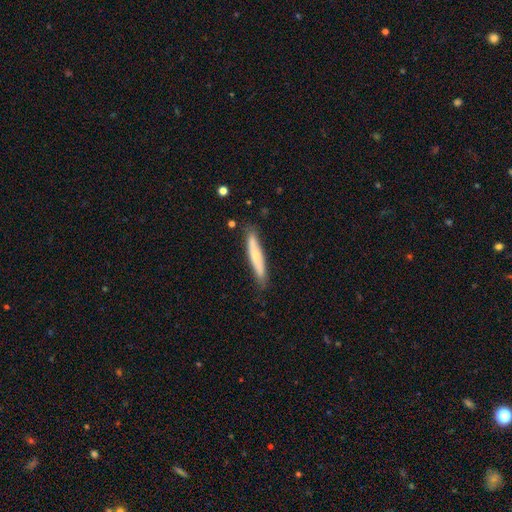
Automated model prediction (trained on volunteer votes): A smooth galaxy with no disk features (53%) that is cigar-shaped (89%). Merging: none (82%).